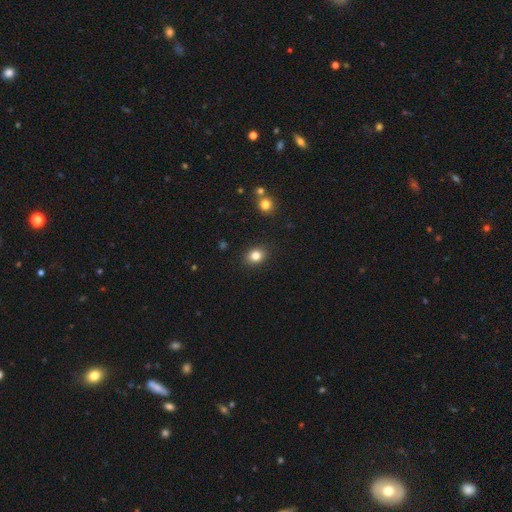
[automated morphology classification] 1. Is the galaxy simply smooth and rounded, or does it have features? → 83% smooth, 11% star or artifact, 6% featured or disk.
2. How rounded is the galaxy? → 53% round, 46% in between, 1% cigar-shaped.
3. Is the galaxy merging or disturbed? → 88% none, 8% minor disturbance, 2% major disturbance, 2% merger.